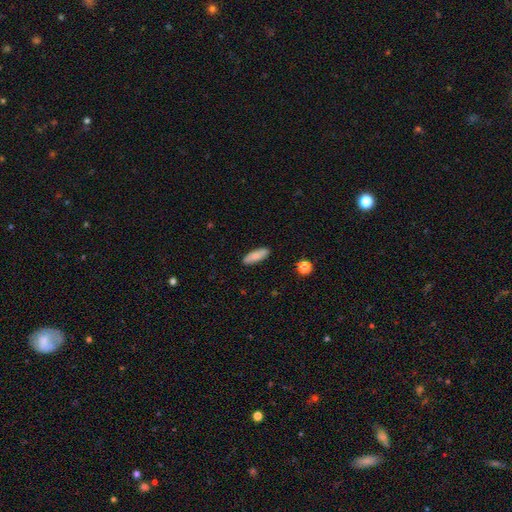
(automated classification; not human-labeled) A smooth galaxy with no disk features (81%) that is in between round and cigar-shaped (57%). Merging: none (87%).